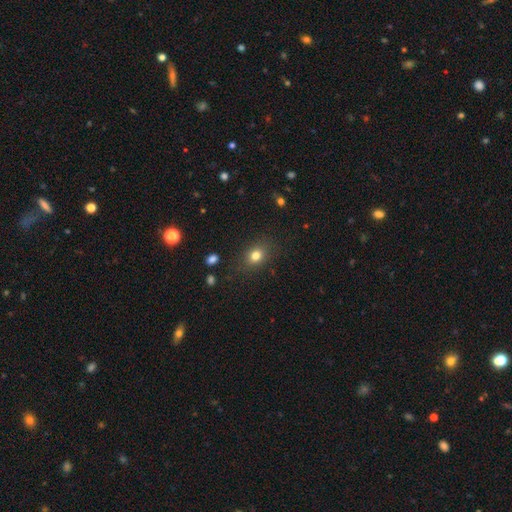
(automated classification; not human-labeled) Smooth or featured? Predicted: smooth (p=0.80). How rounded? Predicted: in between (p=0.55). Merging? Predicted: none (p=0.83).